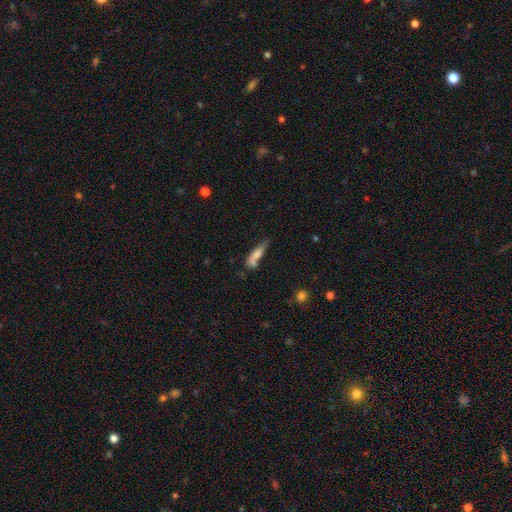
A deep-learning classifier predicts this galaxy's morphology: A smooth galaxy with no disk features (66%) that is cigar-shaped (64%). Merging: none (35%).